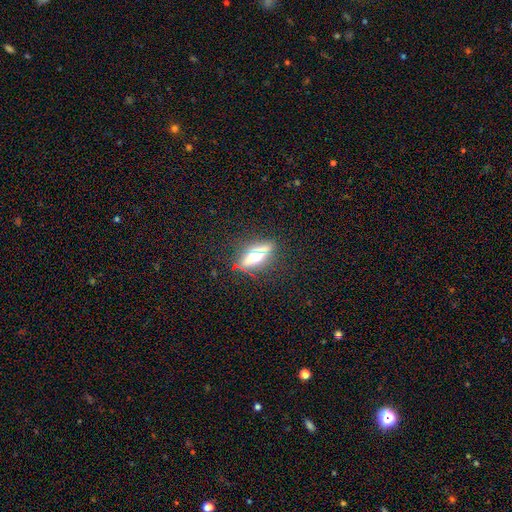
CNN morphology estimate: This appears to be a featured or disk galaxy (59%) viewed edge-on (88%) with a rounded central bulge (94%). Merging: none (82%).